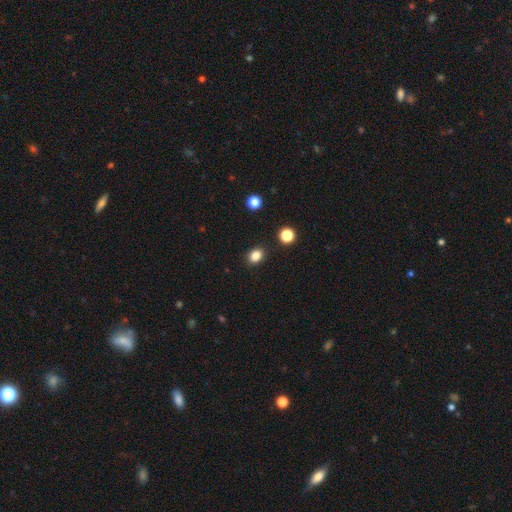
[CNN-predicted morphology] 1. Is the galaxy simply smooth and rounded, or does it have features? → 84% smooth, 12% star or artifact, 4% featured or disk.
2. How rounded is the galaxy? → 54% in between, 45% round, 1% cigar-shaped.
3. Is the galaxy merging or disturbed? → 88% none, 8% minor disturbance, 2% major disturbance, 2% merger.